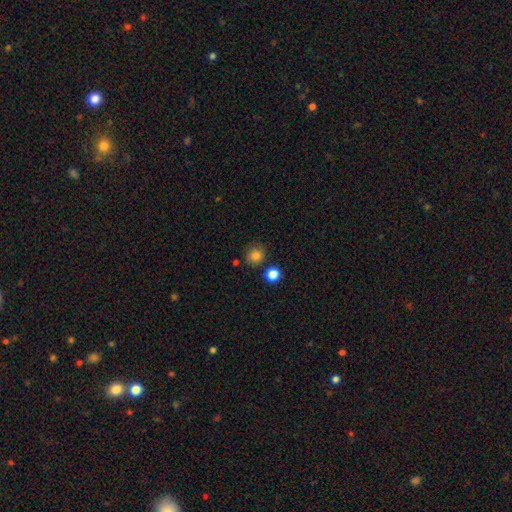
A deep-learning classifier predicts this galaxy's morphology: smooth_or_featured: smooth (p=0.83) [alt: star or artifact p=0.12]
how_rounded: round (p=0.86) [alt: in between p=0.13]
merging: none (p=0.79) [alt: minor disturbance p=0.11]